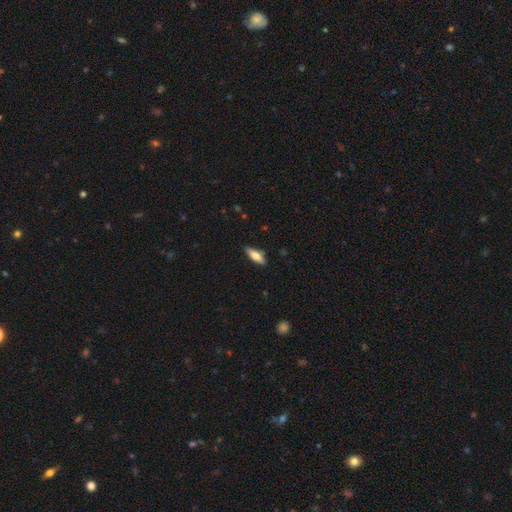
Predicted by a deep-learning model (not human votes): Q: Smooth or featured?
A: smooth (58%); runner-up: featured or disk (35%)
Q: How rounded?
A: in between (54%); runner-up: cigar-shaped (43%)
Q: Merging?
A: none (85%); runner-up: minor disturbance (11%)